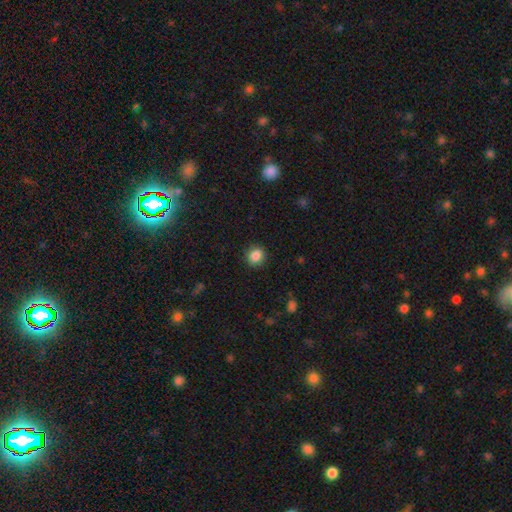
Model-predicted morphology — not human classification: Q: Smooth or featured?
A: smooth (86%); runner-up: star or artifact (10%)
Q: How rounded?
A: round (80%); runner-up: in between (19%)
Q: Merging?
A: none (90%); runner-up: minor disturbance (7%)